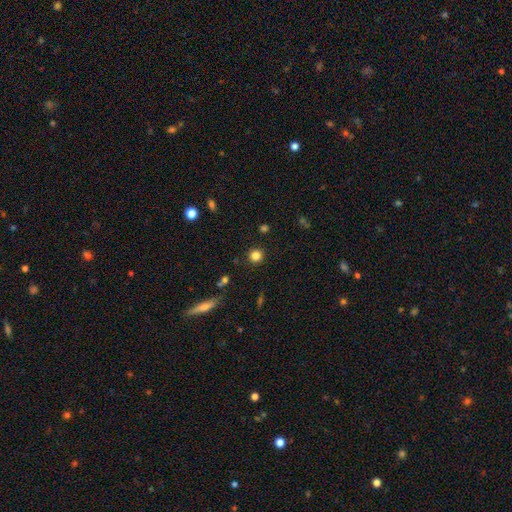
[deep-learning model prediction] Smooth or featured? Predicted: smooth (p=0.83). How rounded? Predicted: round (p=0.93). Merging? Predicted: none (p=0.90).